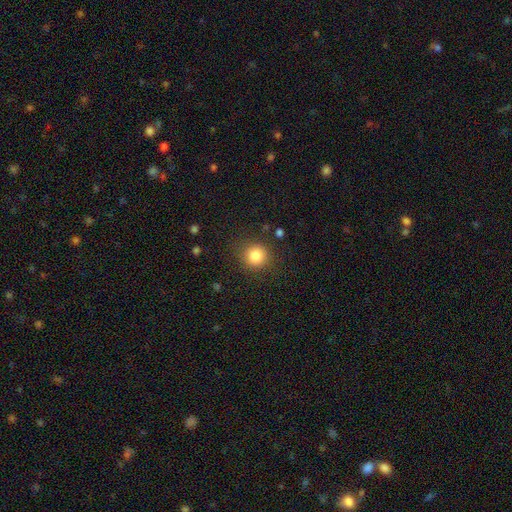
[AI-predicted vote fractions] Overall: smooth (84%). How rounded: round (91%). Merging: none (86%).